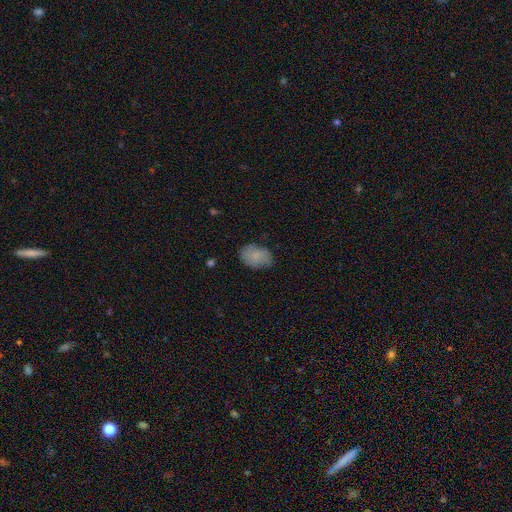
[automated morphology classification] The model was most divided on "merging": none: 68%, minor disturbance: 25%, major disturbance: 6%, merger: 1%. More confident: how rounded — in between (82%); smooth or featured — smooth (79%).